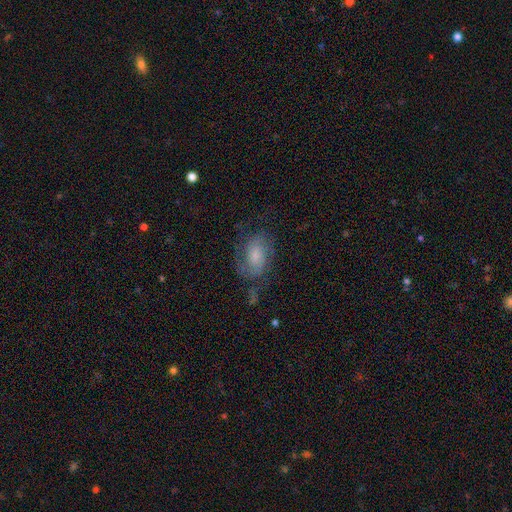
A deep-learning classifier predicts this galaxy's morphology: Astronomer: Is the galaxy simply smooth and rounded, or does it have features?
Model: featured or disk — 61%.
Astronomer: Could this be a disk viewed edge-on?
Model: no — 96%.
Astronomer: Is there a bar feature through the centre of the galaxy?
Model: no — 59%.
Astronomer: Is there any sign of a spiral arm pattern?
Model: yes — 87%.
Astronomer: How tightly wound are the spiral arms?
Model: medium — 45% (runner-up: tight, 35%).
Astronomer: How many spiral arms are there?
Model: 2 — 61%.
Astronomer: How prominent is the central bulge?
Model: small — 45% (runner-up: moderate, 34%).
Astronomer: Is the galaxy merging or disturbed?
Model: none — 59%.